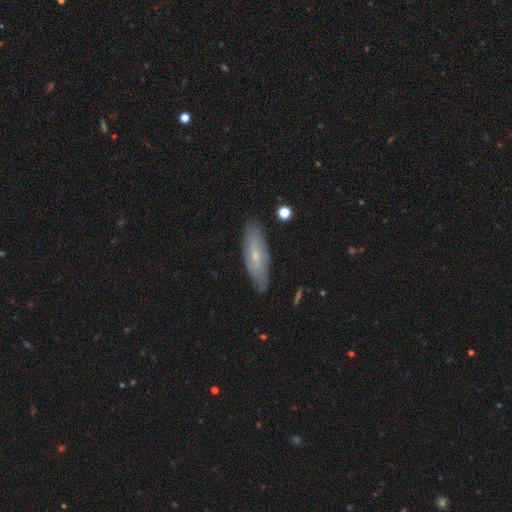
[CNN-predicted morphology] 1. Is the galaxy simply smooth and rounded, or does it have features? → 52% featured or disk, 41% smooth, 7% star or artifact.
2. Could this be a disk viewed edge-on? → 65% no, 35% yes.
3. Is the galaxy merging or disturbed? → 82% none, 14% minor disturbance, 3% major disturbance, 1% merger.